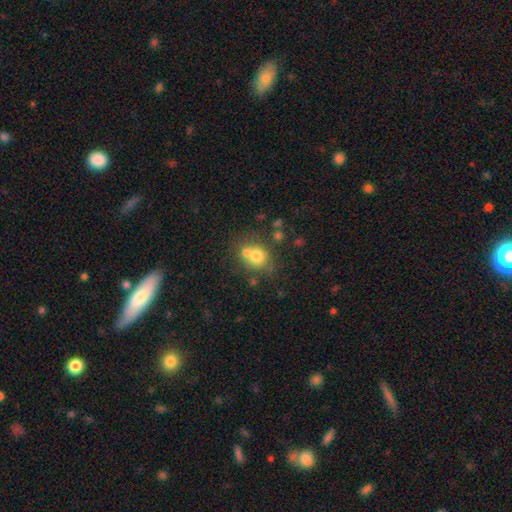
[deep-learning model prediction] Q: Smooth or featured?
A: smooth (71%); runner-up: featured or disk (16%)
Q: How rounded?
A: round (77%); runner-up: in between (22%)
Q: Merging?
A: none (47%); runner-up: merger (38%)